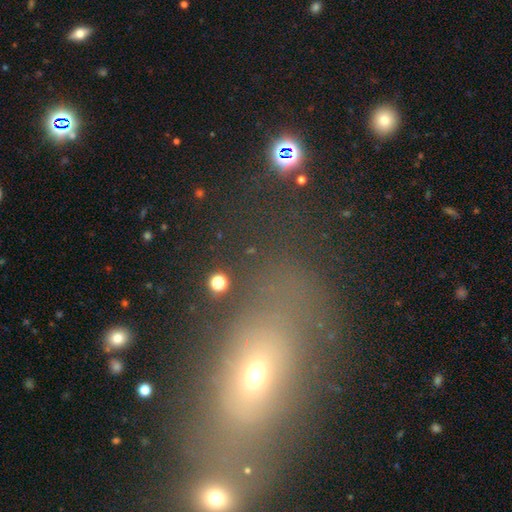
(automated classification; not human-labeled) smooth-or-featured: smooth: 51% | star or artifact: 27% | featured or disk: 22%
  how-rounded: in between: 67% | round: 22% | cigar-shaped: 11%
  merging: none: 59% | merger: 19% | minor disturbance: 13% | major disturbance: 10%